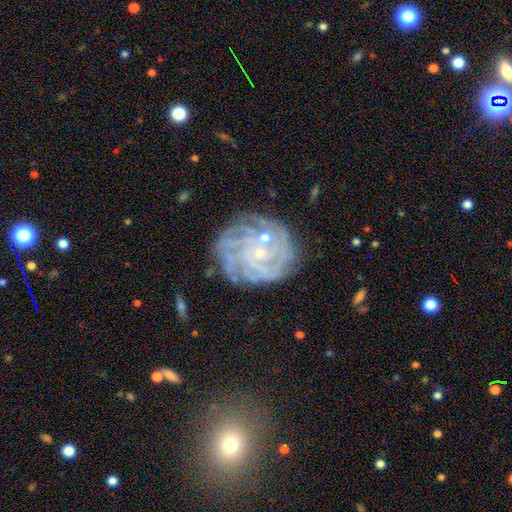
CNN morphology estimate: featured or disk 75%, star or artifact 14%, smooth 12%. Down the decision tree: edge-on disk — no (97%); bar — no (70%); spiral arms — yes (94%); spiral arm count — can't tell (30%); spiral winding — tight (74%); bulge size — small (79%); merging — none (77%).